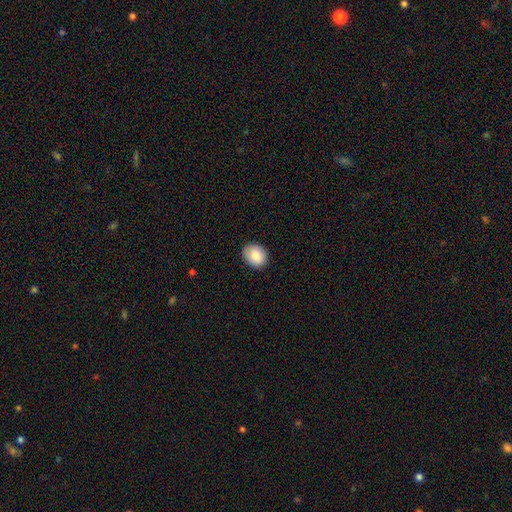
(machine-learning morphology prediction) Smooth or featured?
  - smooth: 88% *
  - star or artifact: 7%
  - featured or disk: 5%
How rounded?
  - in between: 50% *
  - round: 49%
  - cigar-shaped: 1%
Merging?
  - none: 87% *
  - minor disturbance: 10%
  - major disturbance: 2%
  - merger: 1%